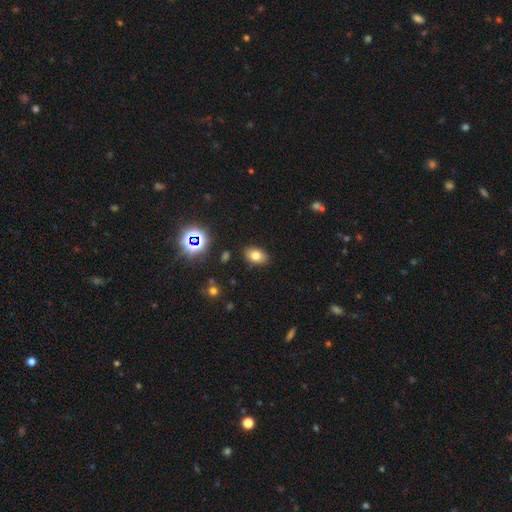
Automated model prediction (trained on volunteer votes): Smooth or featured? Predicted: smooth (p=0.74). How rounded? Predicted: in between (p=0.80). Merging? Predicted: none (p=0.87).